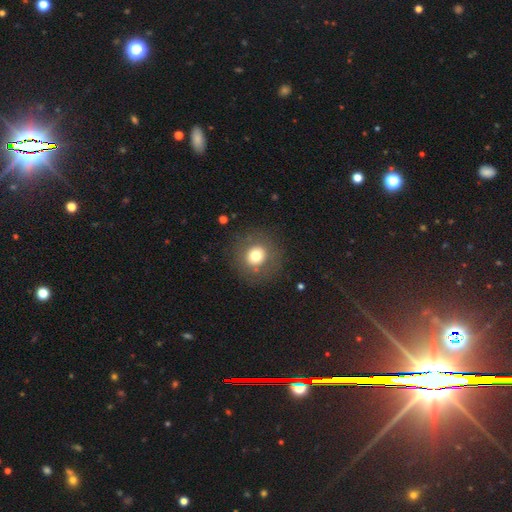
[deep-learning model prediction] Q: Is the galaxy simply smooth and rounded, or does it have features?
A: smooth — 69%.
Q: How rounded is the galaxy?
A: round — 90%.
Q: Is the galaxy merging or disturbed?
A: none — 84%.